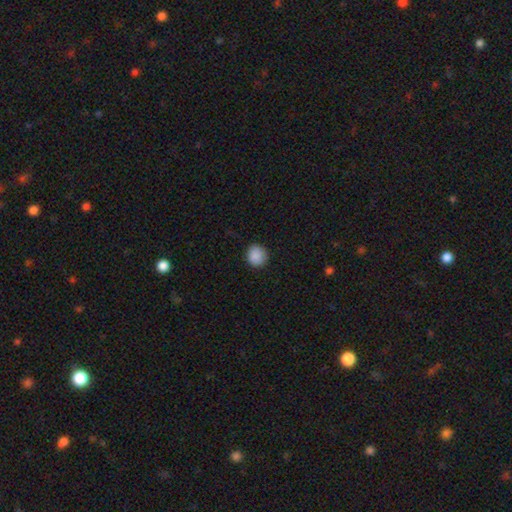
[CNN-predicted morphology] This appears to be a smooth galaxy with no disk features (89%) that is round (88%). Merging: none (87%).